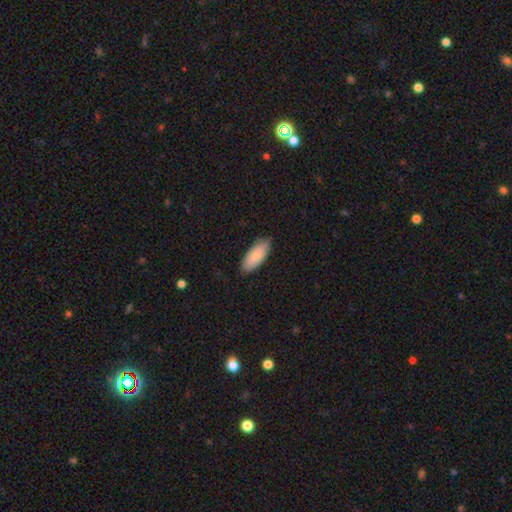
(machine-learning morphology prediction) smooth-or-featured: smooth: 86% | featured or disk: 8% | star or artifact: 5%
  how-rounded: in between: 84% | cigar-shaped: 15% | round: 2%
  merging: none: 83% | minor disturbance: 14% | major disturbance: 2% | merger: 1%